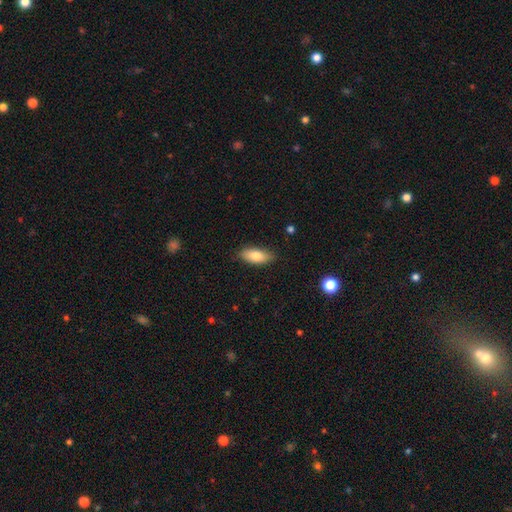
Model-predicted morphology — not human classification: Smooth or featured? Predicted: smooth (p=0.80). How rounded? Predicted: in between (p=0.82). Merging? Predicted: none (p=0.84).